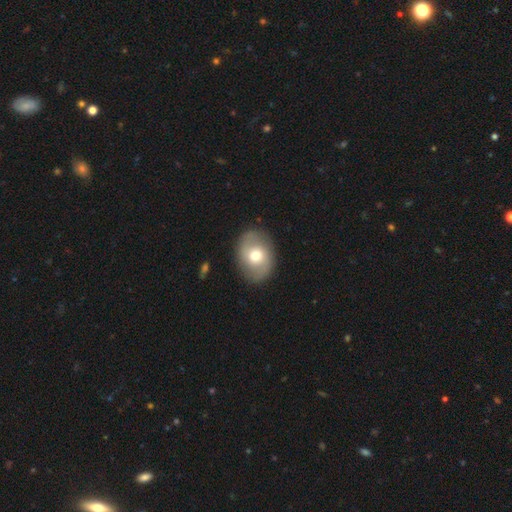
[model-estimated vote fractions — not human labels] Smooth or featured?
  - smooth: 54% *
  - featured or disk: 39%
  - star or artifact: 7%
How rounded?
  - in between: 61% *
  - round: 38%
  - cigar-shaped: 1%
Merging?
  - none: 84% *
  - minor disturbance: 11%
  - major disturbance: 4%
  - merger: 1%